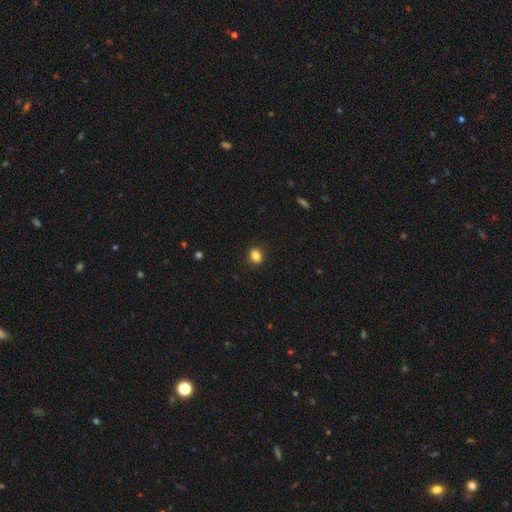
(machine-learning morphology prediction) A smooth galaxy with no disk features (85%) that is in between round and cigar-shaped (52%). Merging: none (88%).